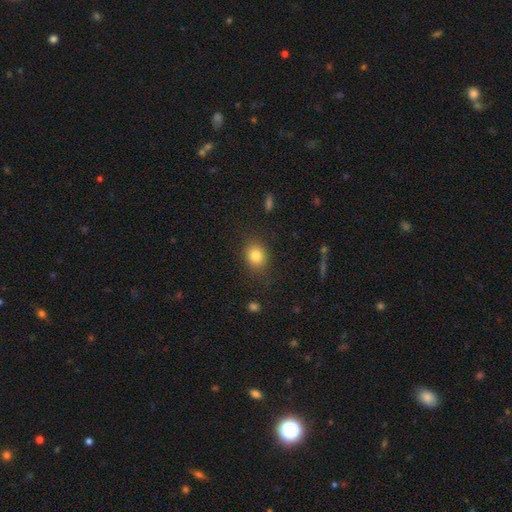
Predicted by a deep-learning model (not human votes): This appears to be a smooth galaxy with no disk features (82%) that is round (64%). Merging: none (84%).